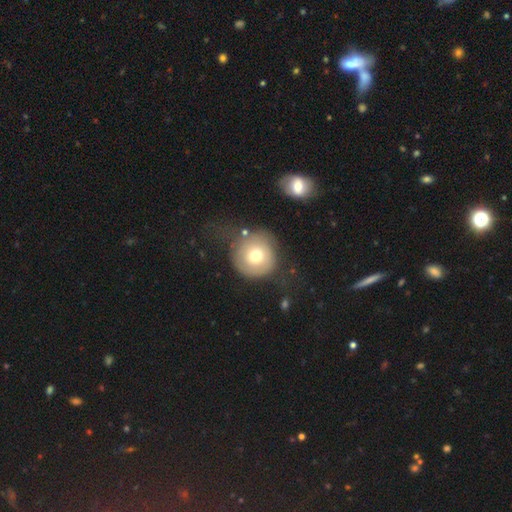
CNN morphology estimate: Smooth or featured? Predicted: smooth (p=0.66). How rounded? Predicted: round (p=0.91). Merging? Predicted: none (p=0.54).